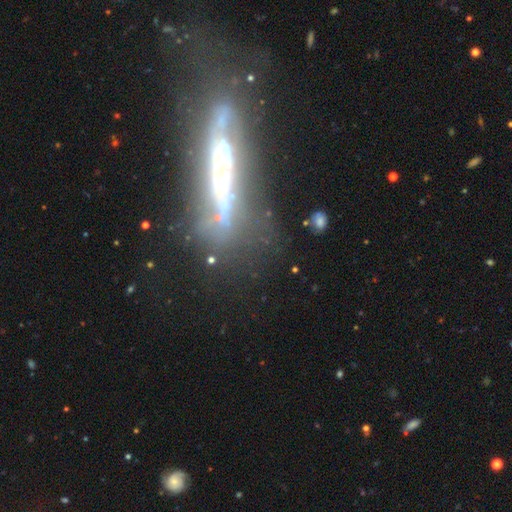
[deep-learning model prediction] Morphology: type=featured or disk (74%); edge-on=yes (59%); merging=none (56%).